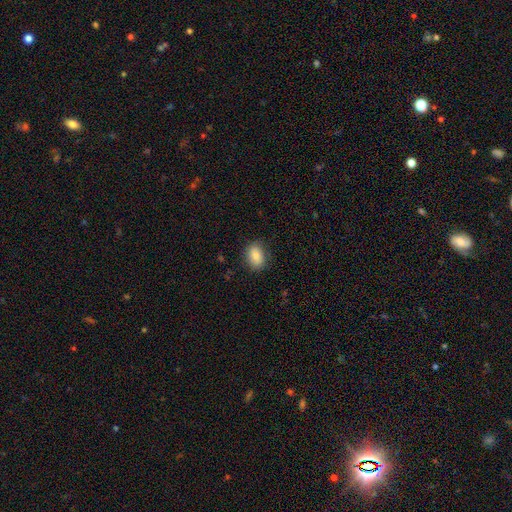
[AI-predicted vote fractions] Q: Smooth or featured?
A: smooth (85%); runner-up: star or artifact (8%)
Q: How rounded?
A: in between (80%); runner-up: round (18%)
Q: Merging?
A: none (82%); runner-up: minor disturbance (14%)